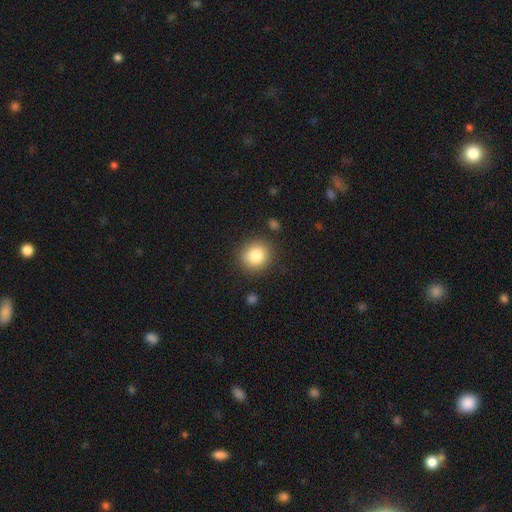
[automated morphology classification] type=smooth (84%); roundness=round (86%); merging=none (87%).